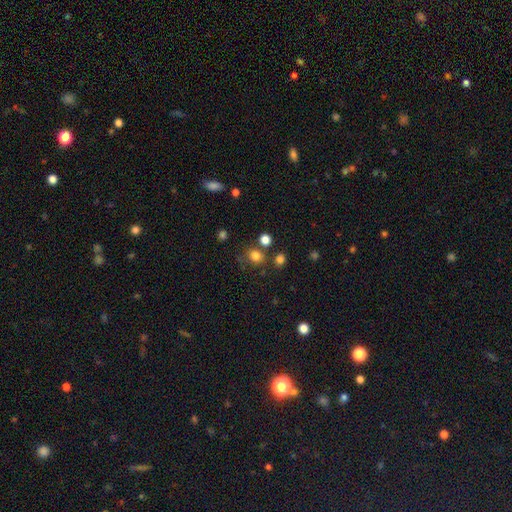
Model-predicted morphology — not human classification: type=smooth (79%); roundness=round (72%); merging=none (73%).